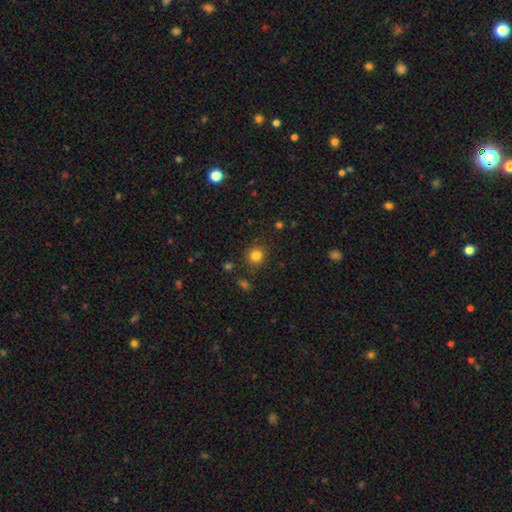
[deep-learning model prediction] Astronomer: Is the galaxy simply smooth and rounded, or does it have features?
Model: smooth — 82%.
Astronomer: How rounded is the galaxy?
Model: round — 90%.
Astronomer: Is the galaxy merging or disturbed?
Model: none — 87%.